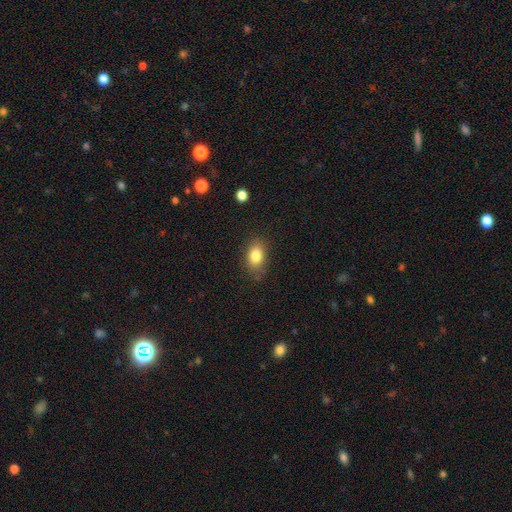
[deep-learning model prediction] This appears to be a smooth galaxy with no disk features (83%) that is in between round and cigar-shaped (81%). Merging: none (81%).